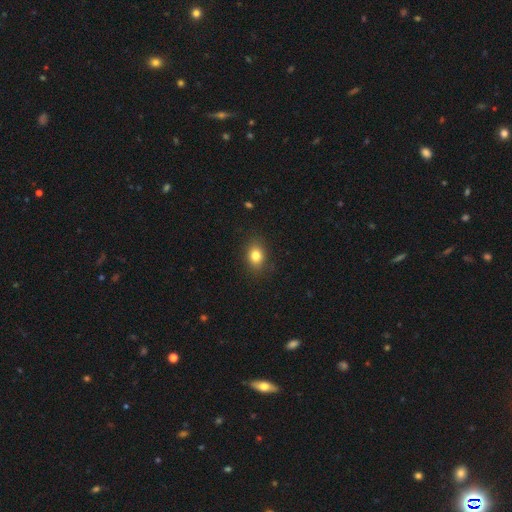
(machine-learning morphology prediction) Overall: smooth (81%). How rounded: in between (63%; round 36%). Merging: none (87%).